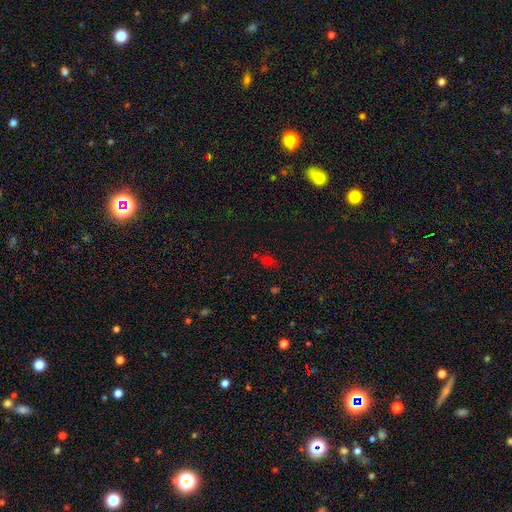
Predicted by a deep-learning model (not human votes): smooth-or-featured: smooth: 54% | star or artifact: 37% | featured or disk: 9%
  how-rounded: in between: 77% | round: 15% | cigar-shaped: 8%
  merging: none: 65% | minor disturbance: 18% | merger: 9% | major disturbance: 8%